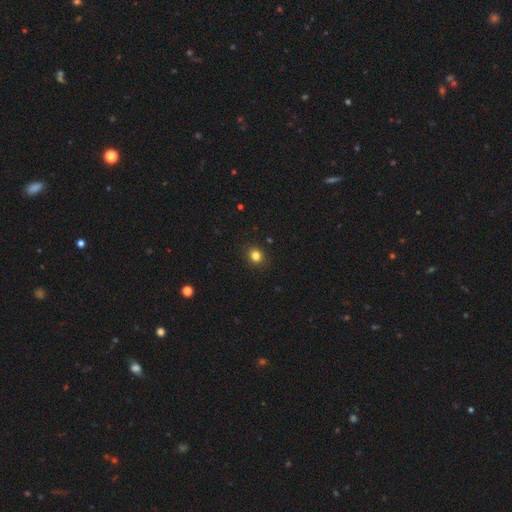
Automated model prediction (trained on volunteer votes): Smooth or featured? smooth (82%)
How rounded? round (76%)
Merging? none (90%)